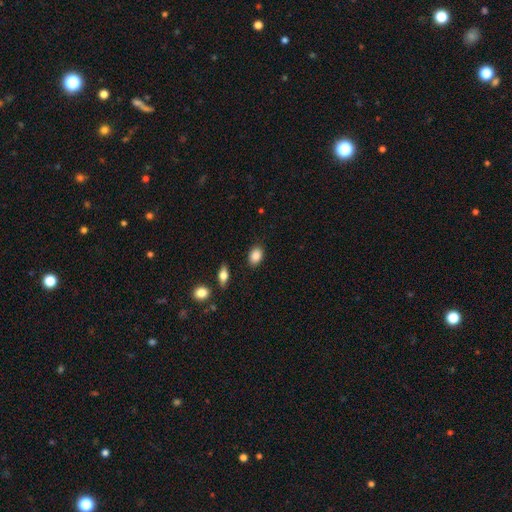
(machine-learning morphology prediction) smooth 86%, star or artifact 8%, featured or disk 6%. Down the decision tree: how rounded — in between (78%); merging — none (87%).